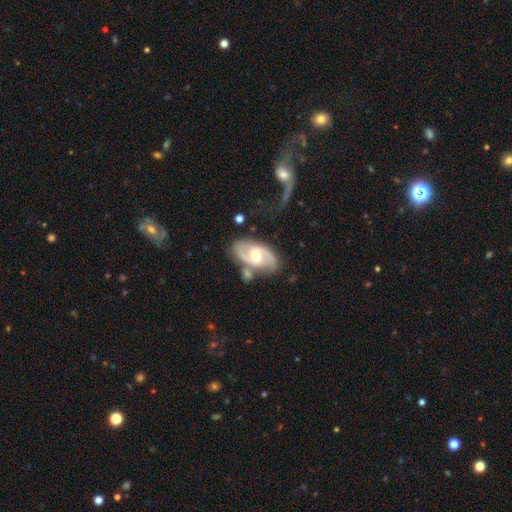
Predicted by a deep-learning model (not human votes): The model was most divided on "bar": weak: 49%, no: 34%, strong: 17%. More confident: edge-on disk — no (96%); spiral arms — yes (95%); spiral arm count — 2 (89%); smooth or featured — featured or disk (85%); merging — none (67%); bulge size — moderate (64%); spiral winding — medium (54%).